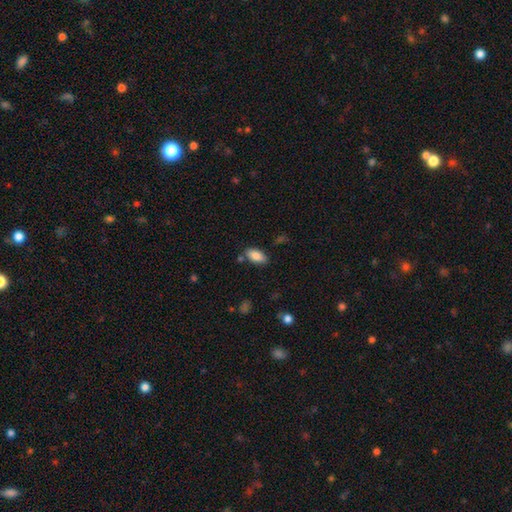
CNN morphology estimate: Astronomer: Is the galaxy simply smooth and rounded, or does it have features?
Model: smooth — 85%.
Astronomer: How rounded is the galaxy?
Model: in between — 93%.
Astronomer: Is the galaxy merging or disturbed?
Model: none — 79%.